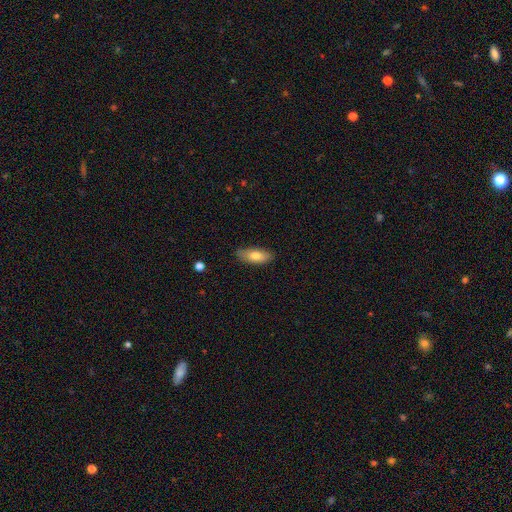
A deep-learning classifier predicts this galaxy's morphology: This is likely a smooth galaxy (77%). How rounded: likely in between (78%). Merging: clearly none (82%).